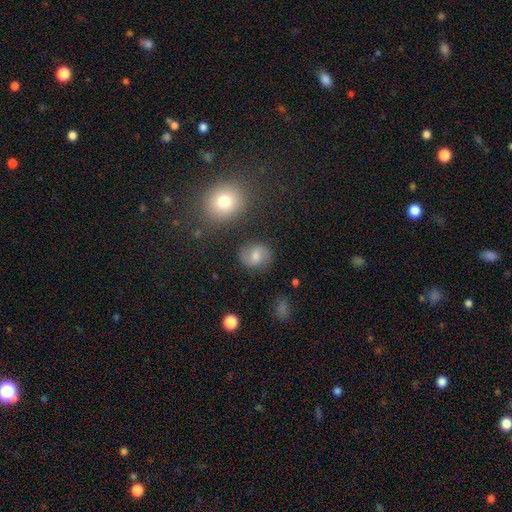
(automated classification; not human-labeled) smooth_or_featured: smooth (p=0.47) [alt: featured or disk p=0.42]
merging: none (p=0.77) [alt: minor disturbance p=0.14]